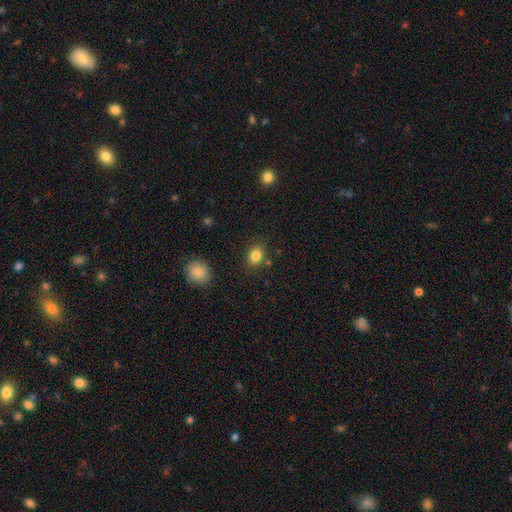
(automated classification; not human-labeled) Smooth or featured? smooth (83%)
How rounded? in between (63%)
Merging? none (82%)